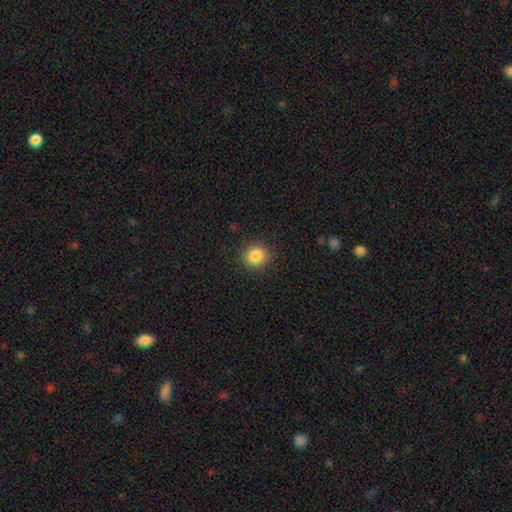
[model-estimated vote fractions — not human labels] Morphology: type=smooth (86%); roundness=round (86%); merging=none (90%).